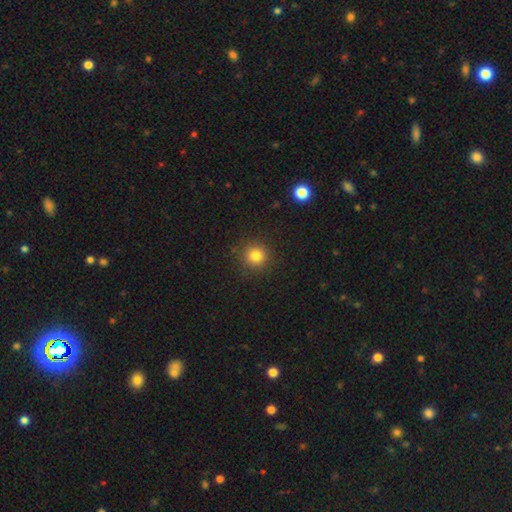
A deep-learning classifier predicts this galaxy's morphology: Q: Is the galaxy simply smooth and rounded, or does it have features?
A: smooth — 82%.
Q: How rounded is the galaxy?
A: round — 93%.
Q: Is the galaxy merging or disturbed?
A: none — 90%.